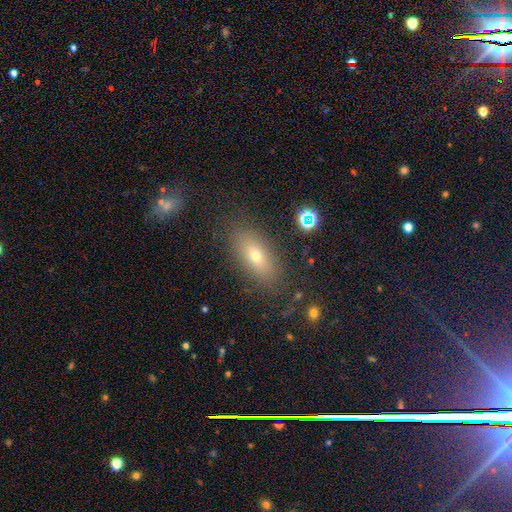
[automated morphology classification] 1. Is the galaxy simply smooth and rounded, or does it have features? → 66% smooth, 21% featured or disk, 13% star or artifact.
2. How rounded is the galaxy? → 79% in between, 14% cigar-shaped, 8% round.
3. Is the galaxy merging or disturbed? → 83% none, 10% minor disturbance, 4% major disturbance, 2% merger.